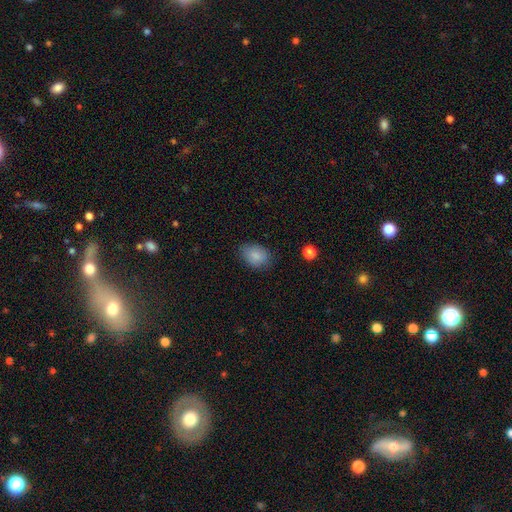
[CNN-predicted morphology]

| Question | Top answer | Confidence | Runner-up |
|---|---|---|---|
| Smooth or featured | smooth | 86% | star or artifact (8%) |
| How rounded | in between | 74% | round (25%) |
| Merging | none | 81% | minor disturbance (15%) |